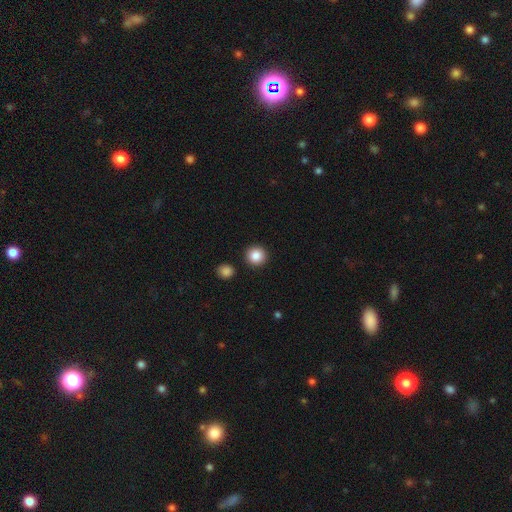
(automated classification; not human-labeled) Morphology: type=smooth (87%); roundness=round (94%); merging=none (91%).